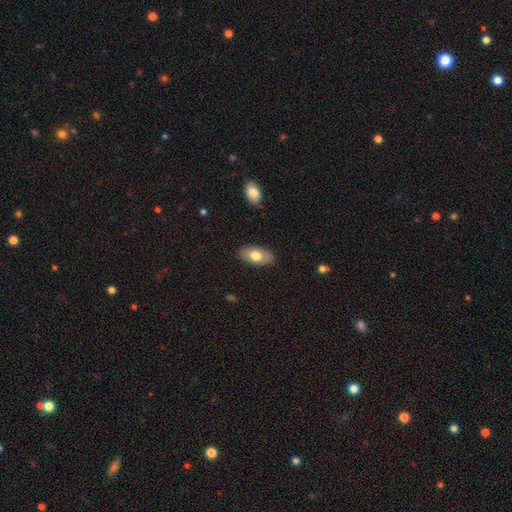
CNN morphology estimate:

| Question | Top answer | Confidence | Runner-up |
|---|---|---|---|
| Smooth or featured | smooth | 74% | featured or disk (20%) |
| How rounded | in between | 93% | cigar-shaped (4%) |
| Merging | none | 86% | minor disturbance (11%) |